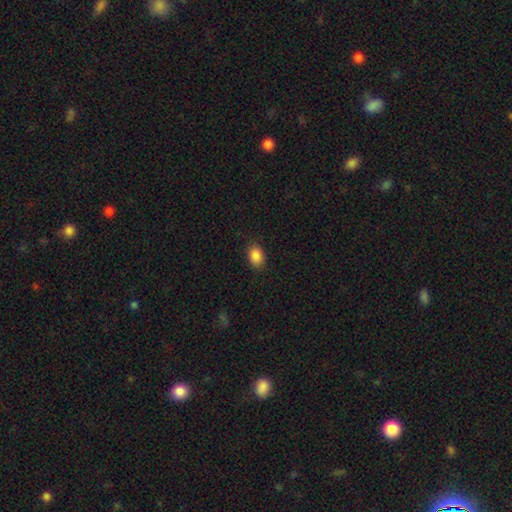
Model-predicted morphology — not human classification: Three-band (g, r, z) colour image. It shows a smooth galaxy with no disk features (88%) that is in between round and cigar-shaped (71%). Merging: none (86%).